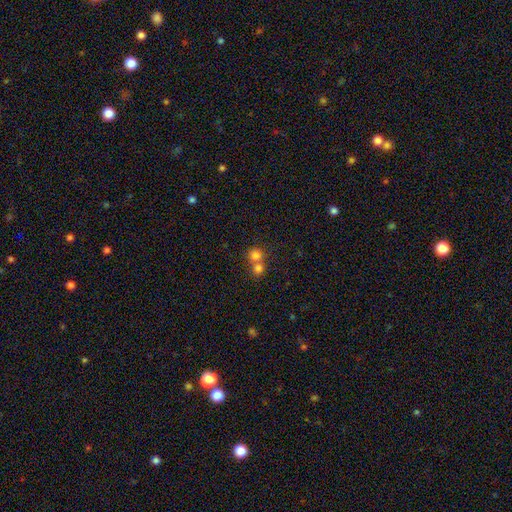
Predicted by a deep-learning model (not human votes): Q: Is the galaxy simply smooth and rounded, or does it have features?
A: smooth — 76%.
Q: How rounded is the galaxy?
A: round — 83%.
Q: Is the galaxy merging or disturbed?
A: merger — 56%.